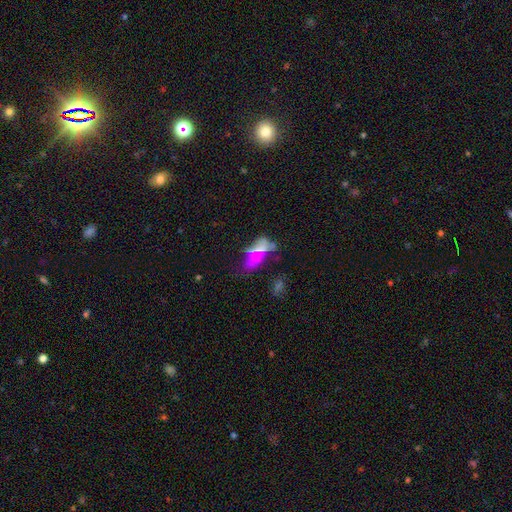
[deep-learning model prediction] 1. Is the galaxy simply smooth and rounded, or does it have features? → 55% smooth, 23% star or artifact, 22% featured or disk.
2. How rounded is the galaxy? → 74% in between, 19% cigar-shaped, 7% round.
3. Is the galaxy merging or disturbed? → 51% none, 22% minor disturbance, 14% merger, 13% major disturbance.